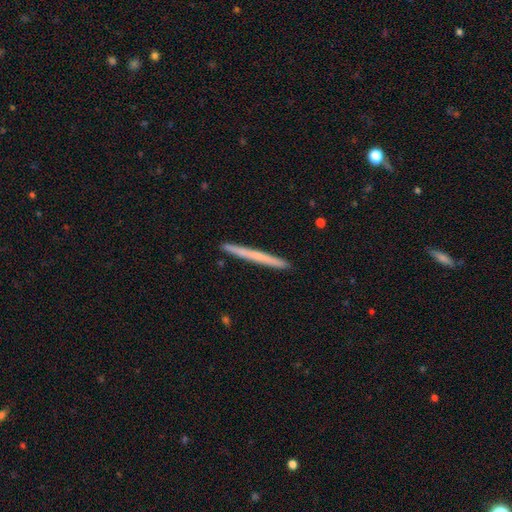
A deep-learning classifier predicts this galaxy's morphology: smooth 52%, featured or disk 43%, star or artifact 6%. Down the decision tree: how rounded — cigar-shaped (97%); merging — none (93%).